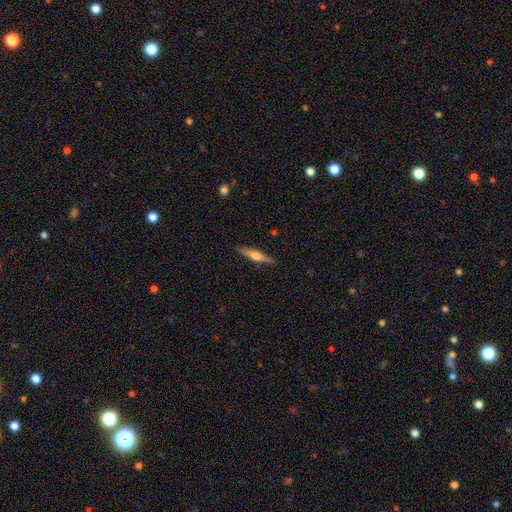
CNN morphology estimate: Q: Smooth or featured?
A: featured or disk (68%); runner-up: smooth (26%)
Q: Edge-on disk?
A: yes (98%); runner-up: no (2%)
Q: Edge-on bulge?
A: rounded (89%); runner-up: boxy (8%)
Q: Merging?
A: none (90%); runner-up: minor disturbance (8%)